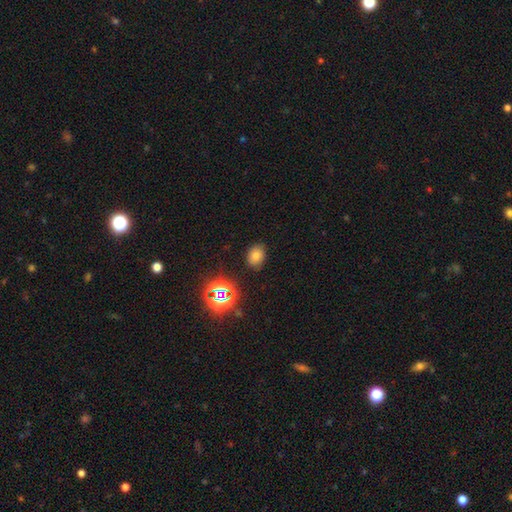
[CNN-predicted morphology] Q: Smooth or featured?
A: smooth (69%); runner-up: star or artifact (23%)
Q: How rounded?
A: in between (63%); runner-up: round (36%)
Q: Merging?
A: none (84%); runner-up: minor disturbance (11%)